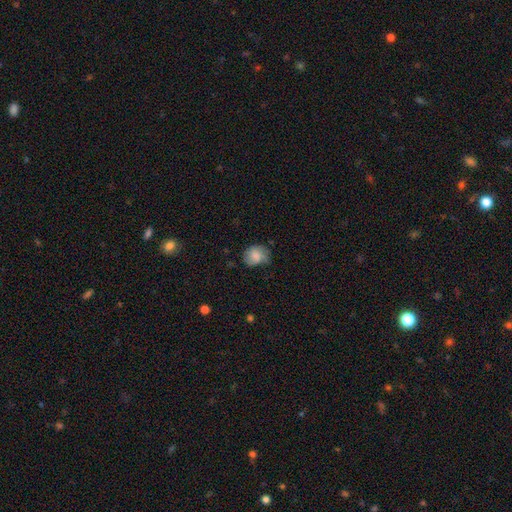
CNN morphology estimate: smooth_or_featured: smooth (p=0.77) [alt: featured or disk p=0.15]
how_rounded: round (p=0.60) [alt: in between p=0.39]
merging: none (p=0.53) [alt: minor disturbance p=0.33]